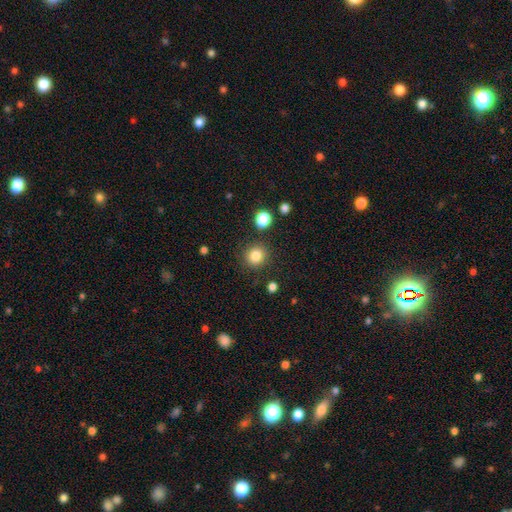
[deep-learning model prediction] Morphology: type=smooth (83%); roundness=round (90%); merging=none (87%).